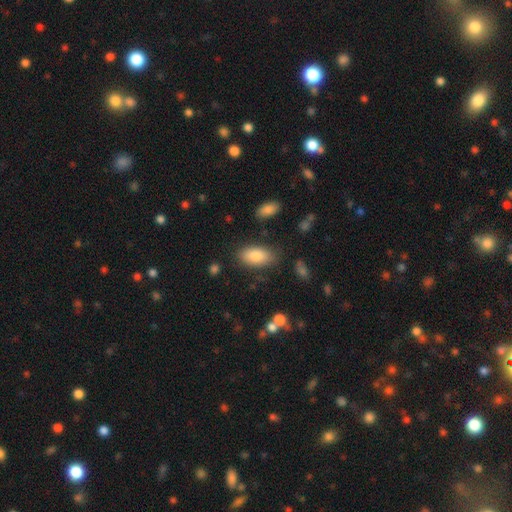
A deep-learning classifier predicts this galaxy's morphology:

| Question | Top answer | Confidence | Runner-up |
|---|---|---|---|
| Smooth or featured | smooth | 83% | featured or disk (9%) |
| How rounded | in between | 92% | cigar-shaped (5%) |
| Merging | none | 81% | minor disturbance (13%) |